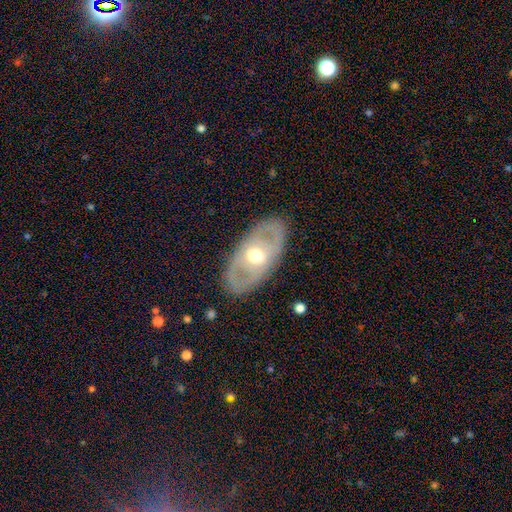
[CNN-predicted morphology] type=featured or disk (67%); edge-on=no (86%); bar=no (62%); spiral arms=no (66%); bulge=moderate (71%); merging=none (83%).